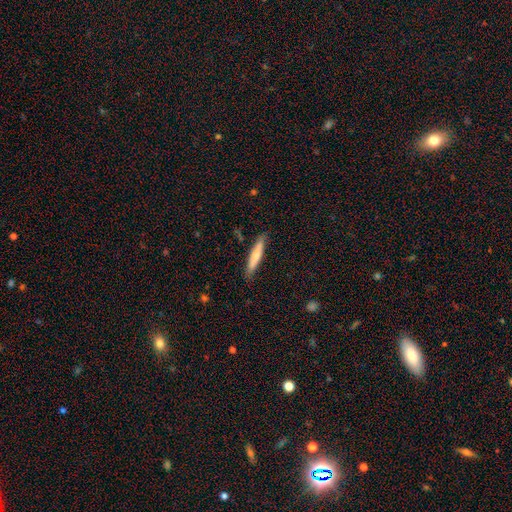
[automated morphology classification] The model was most divided on "smooth or featured": smooth: 66%, featured or disk: 28%, star or artifact: 6%. More confident: how rounded — cigar-shaped (89%); merging — none (86%).